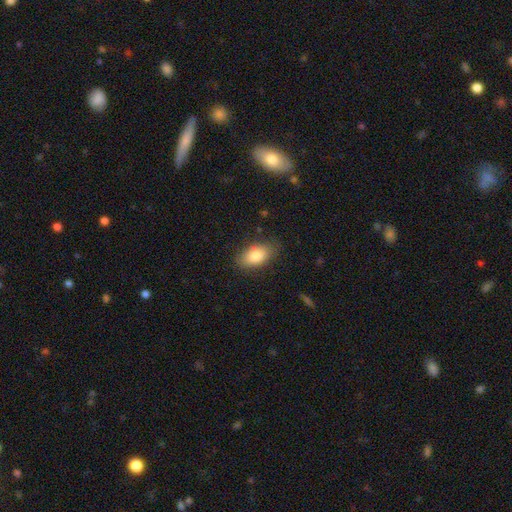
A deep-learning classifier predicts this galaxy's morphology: Smooth or featured? Predicted: smooth (p=0.83). How rounded? Predicted: in between (p=0.91). Merging? Predicted: none (p=0.81).